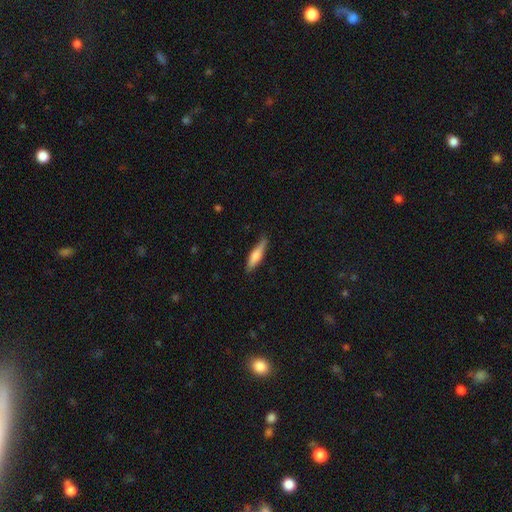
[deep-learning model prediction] A smooth galaxy with no disk features (67%) that is cigar-shaped (75%). Merging: none (83%).